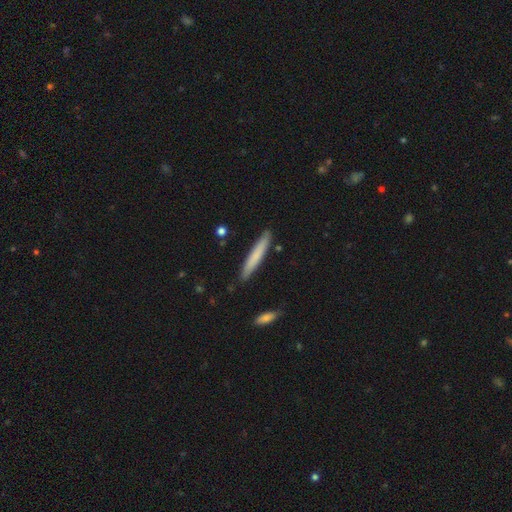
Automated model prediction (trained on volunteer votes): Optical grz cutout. It shows a smooth galaxy with no disk features (73%) that is cigar-shaped (95%). Merging: none (88%).